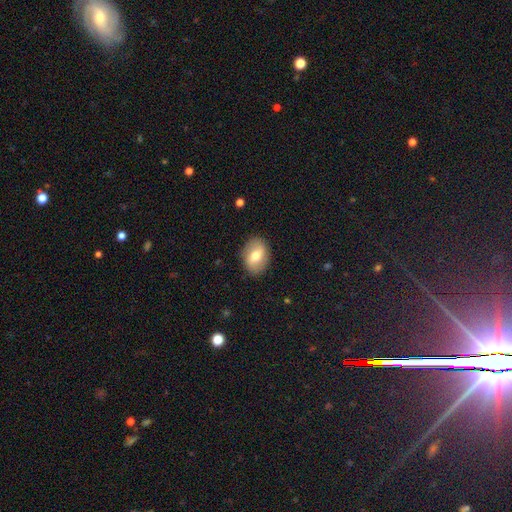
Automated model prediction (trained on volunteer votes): This is likely a smooth galaxy (62%). How rounded: likely in between (72%). Merging: clearly none (86%).